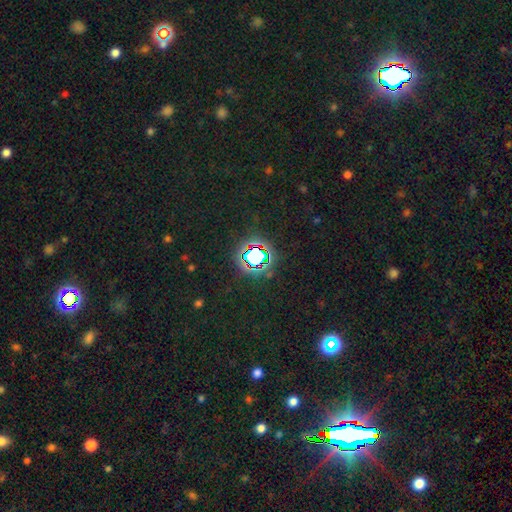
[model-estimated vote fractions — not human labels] Smooth or featured? star or artifact (71%)